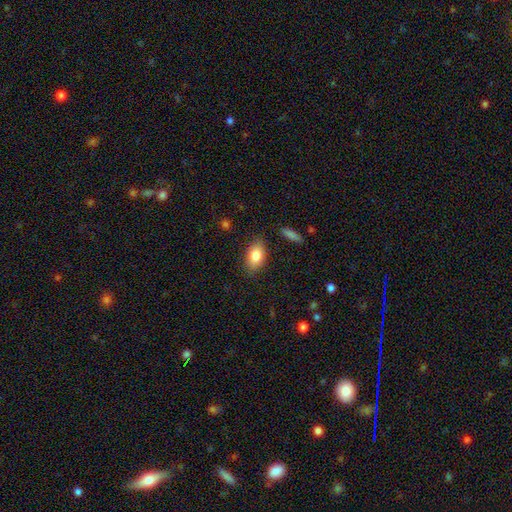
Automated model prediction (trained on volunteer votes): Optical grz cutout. It shows a smooth galaxy with no disk features (83%) that is in between round and cigar-shaped (89%). Merging: none (83%).